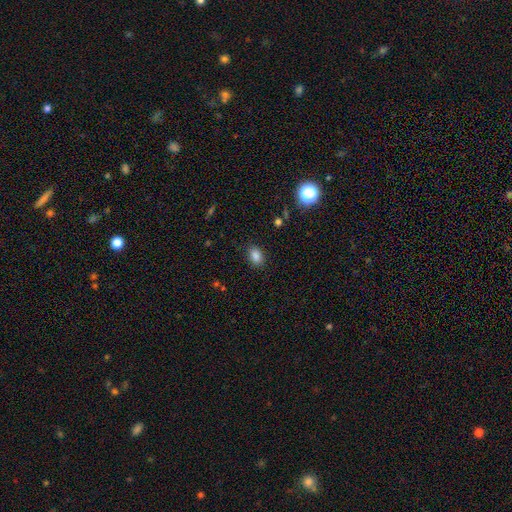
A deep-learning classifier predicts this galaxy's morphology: This appears to be a smooth galaxy with no disk features (84%) that is in between round and cigar-shaped (77%). Merging: none (85%).